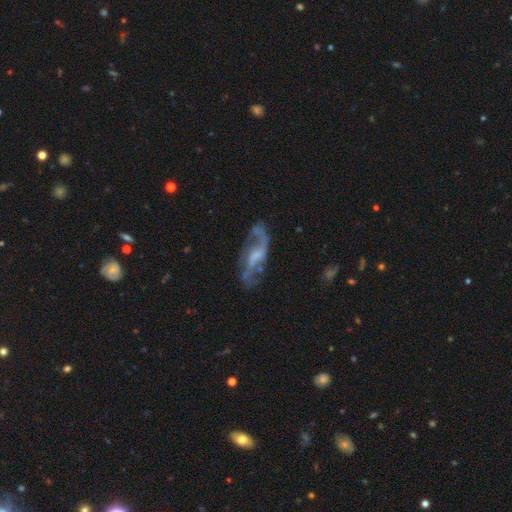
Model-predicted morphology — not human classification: A featured or disk galaxy (82%) with a weak bar (50%), 2 (81%) loose (60%) spiral arms (91%) and no central bulge (33%). Merging: none (61%).